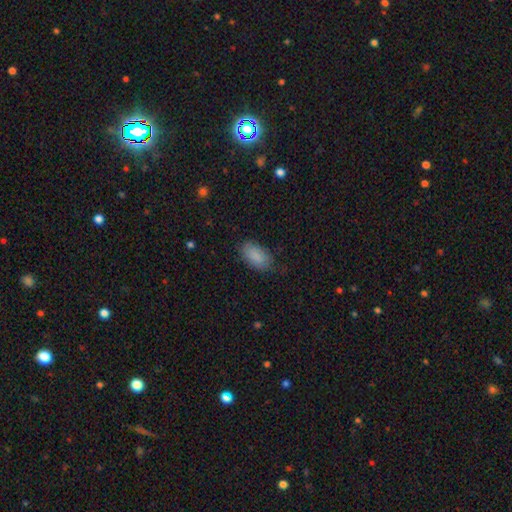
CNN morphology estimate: Smooth or featured? smooth (88%)
How rounded? in between (94%)
Merging? none (80%)